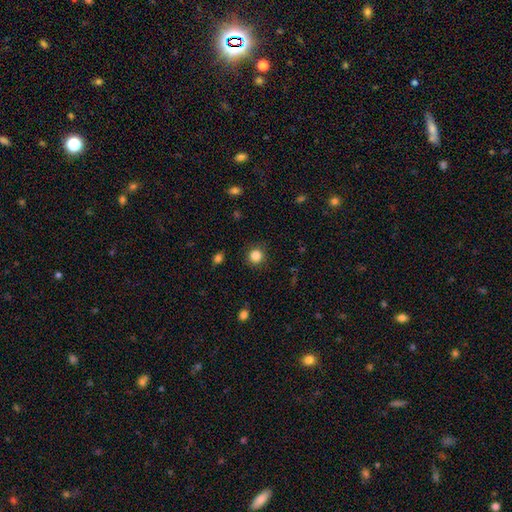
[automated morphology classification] Smooth or featured? smooth (85%)
How rounded? round (93%)
Merging? none (90%)